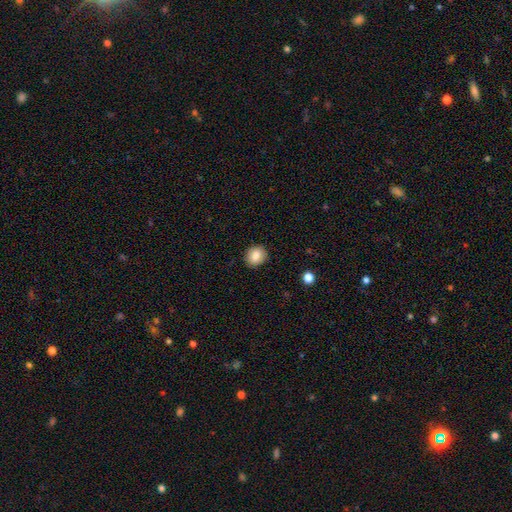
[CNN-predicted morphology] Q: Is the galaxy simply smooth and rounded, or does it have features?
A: smooth — 86%.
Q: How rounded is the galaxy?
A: round — 71%.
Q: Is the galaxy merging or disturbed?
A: none — 88%.